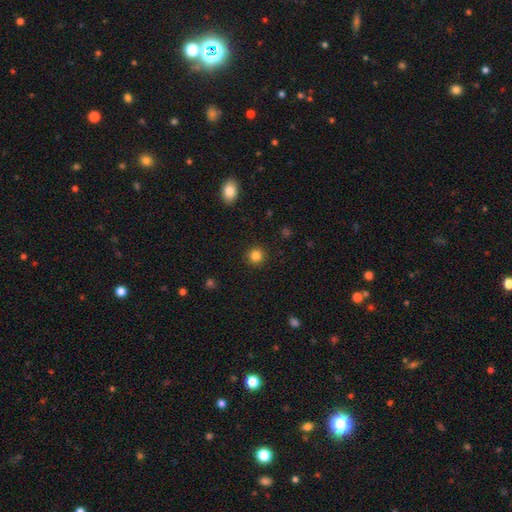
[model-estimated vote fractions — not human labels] Q: Smooth or featured?
A: smooth (84%); runner-up: star or artifact (11%)
Q: How rounded?
A: round (93%); runner-up: in between (6%)
Q: Merging?
A: none (91%); runner-up: minor disturbance (6%)